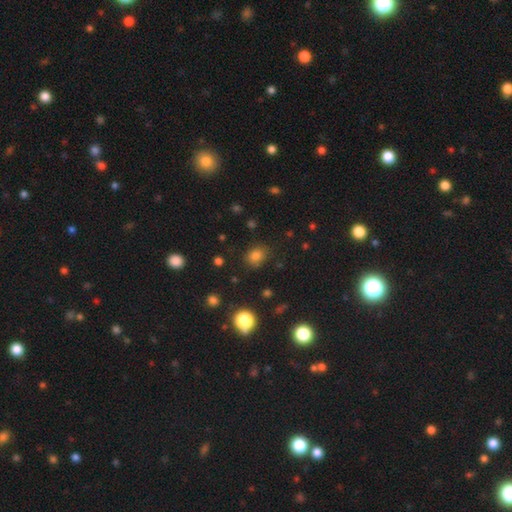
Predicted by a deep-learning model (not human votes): Smooth or featured: smooth — 78% (star or artifact — 16%)
How rounded: round — 51% (in between — 48%)
Merging: none — 81% (minor disturbance — 13%)